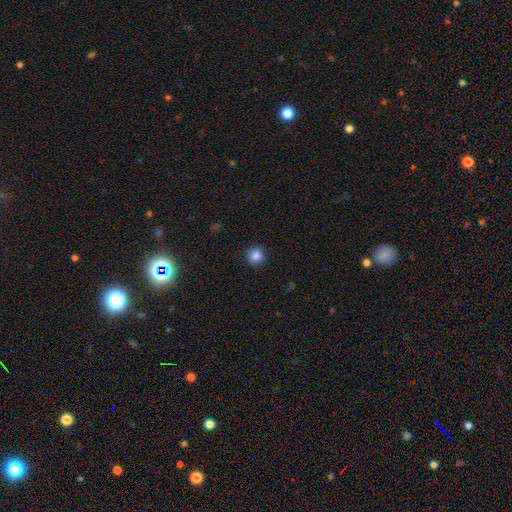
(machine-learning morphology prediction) Smooth or featured?
  - smooth: 85% *
  - star or artifact: 11%
  - featured or disk: 4%
How rounded?
  - round: 95% *
  - in between: 4%
  - cigar-shaped: 1%
Merging?
  - none: 90% *
  - minor disturbance: 7%
  - major disturbance: 2%
  - merger: 1%